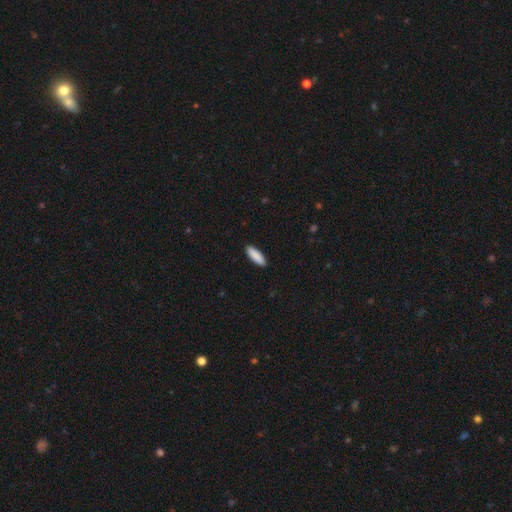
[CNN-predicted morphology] Smooth or featured? Predicted: smooth (p=0.90). How rounded? Predicted: cigar-shaped (p=0.49, tied with in between). Merging? Predicted: none (p=0.91).